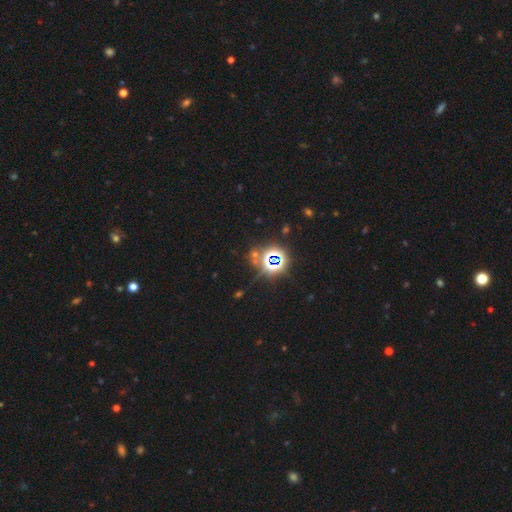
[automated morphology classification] Smooth or featured?
  - star or artifact: 77% *
  - smooth: 15%
  - featured or disk: 8%